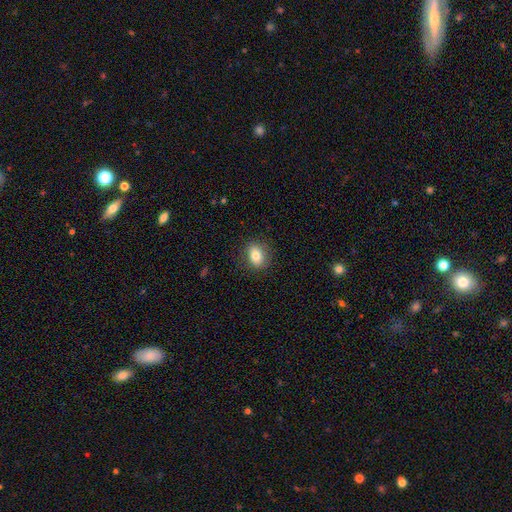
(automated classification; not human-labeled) A smooth galaxy with no disk features (79%) that is in between round and cigar-shaped (64%).

Vote fractions:
- Smooth or featured? smooth: 79% / featured or disk: 12% / star or artifact: 9%
- How rounded? in between: 64% / round: 35% / cigar-shaped: 2%
- Merging? none: 84% / minor disturbance: 12% / major disturbance: 3% / merger: 1%